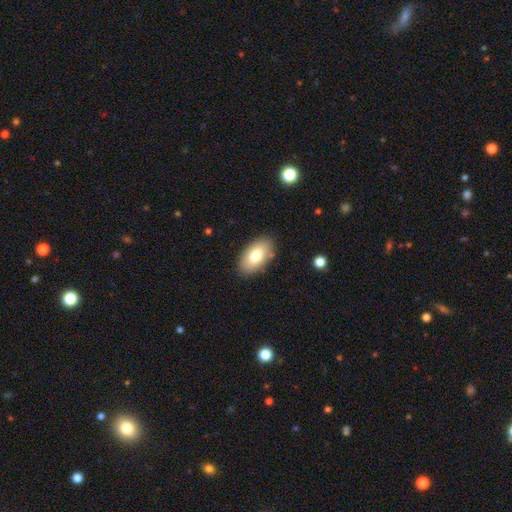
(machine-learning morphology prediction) This is likely a smooth galaxy (76%). How rounded: clearly in between (94%). Merging: clearly none (86%).